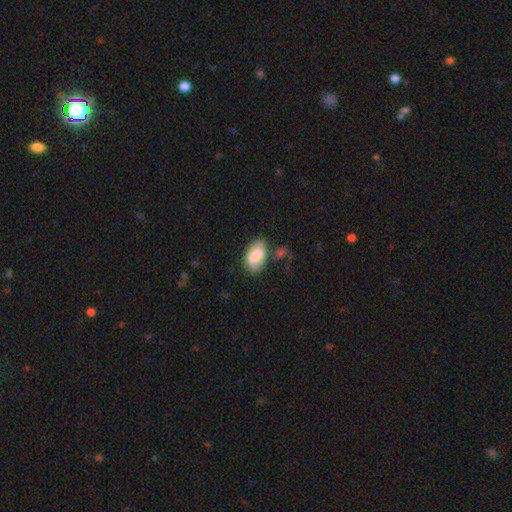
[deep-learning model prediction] This appears to be a smooth galaxy with no disk features (77%) that is in between round and cigar-shaped (93%). Merging: none (63%).